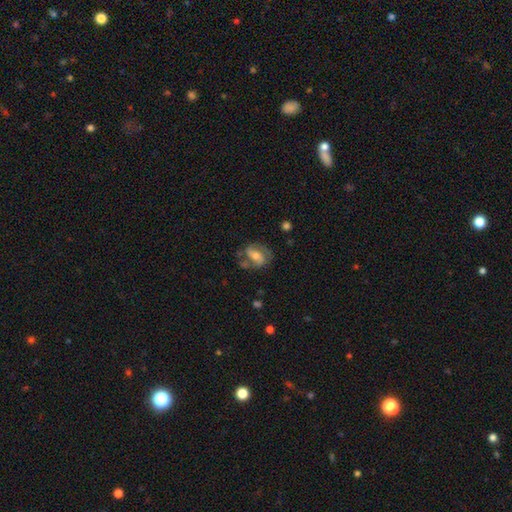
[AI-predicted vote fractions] The model was most divided on "bar": weak: 40%, no: 34%, strong: 27%. More confident: edge-on disk — no (96%); spiral arms — yes (82%); smooth or featured — featured or disk (62%); merging — none (59%); bulge size — moderate (58%).